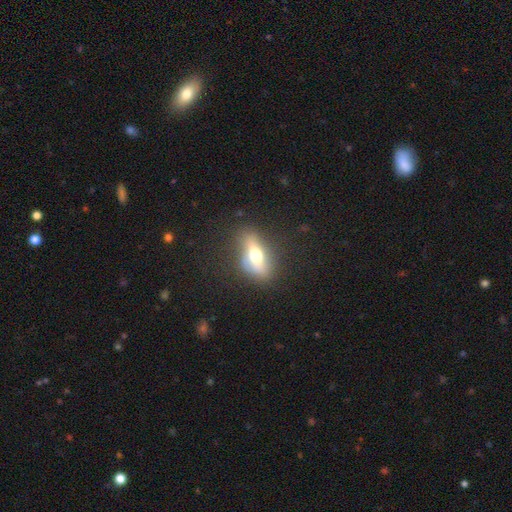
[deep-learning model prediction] Smooth or featured: smooth — 50% (featured or disk — 40%)
How rounded: in between — 70% (cigar-shaped — 19%)
Merging: none — 66% (minor disturbance — 21%)